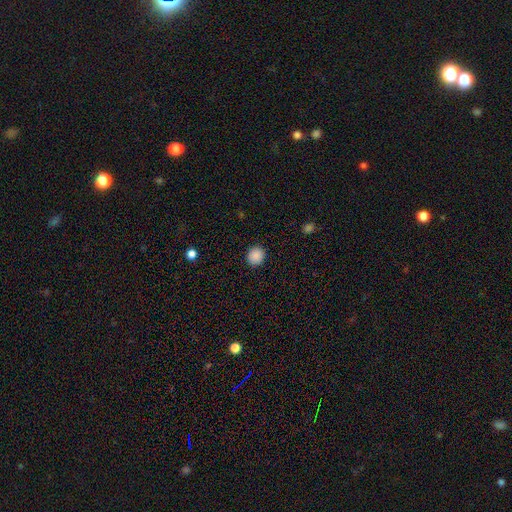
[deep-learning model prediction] smooth_or_featured: smooth (p=0.88) [alt: star or artifact p=0.09]
how_rounded: round (p=0.84) [alt: in between p=0.15]
merging: none (p=0.91) [alt: minor disturbance p=0.06]